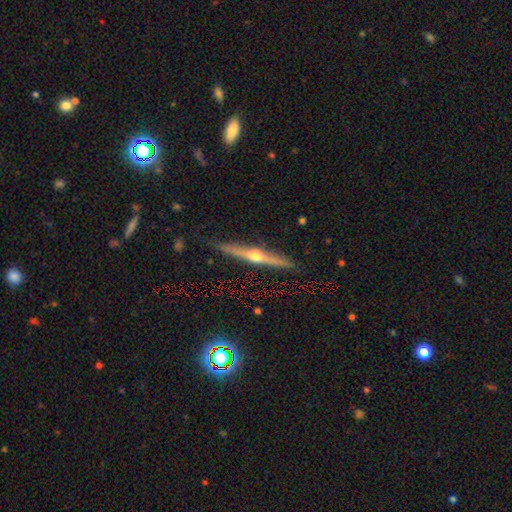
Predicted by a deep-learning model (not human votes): Q: Smooth or featured?
A: featured or disk (76%); runner-up: smooth (17%)
Q: Edge-on disk?
A: yes (98%); runner-up: no (2%)
Q: Edge-on bulge?
A: rounded (94%); runner-up: none (4%)
Q: Merging?
A: none (89%); runner-up: minor disturbance (8%)